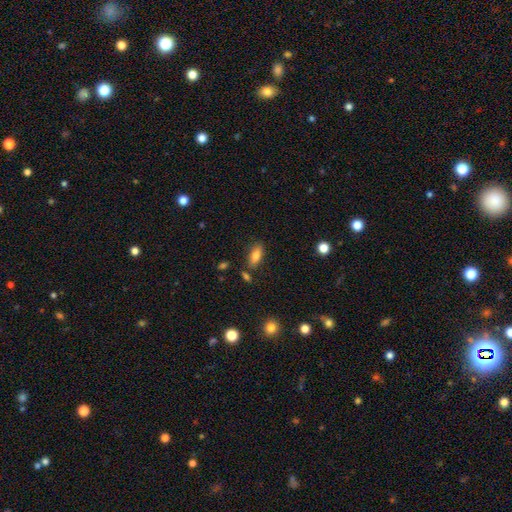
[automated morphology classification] A smooth galaxy with no disk features (80%) that is in between round and cigar-shaped (82%). Merging: none (77%).